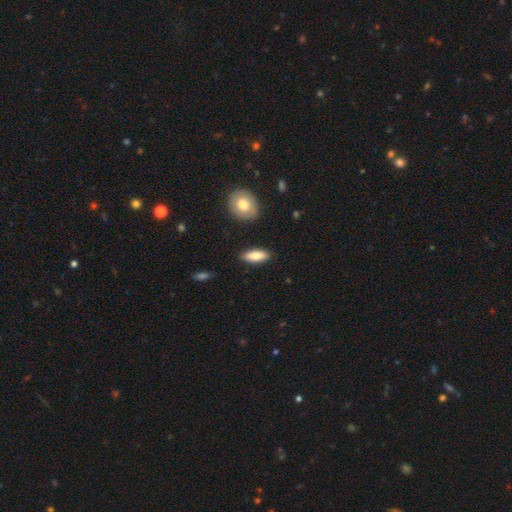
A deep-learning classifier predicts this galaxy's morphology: Smooth or featured? smooth (83%)
How rounded? in between (73%)
Merging? none (87%)